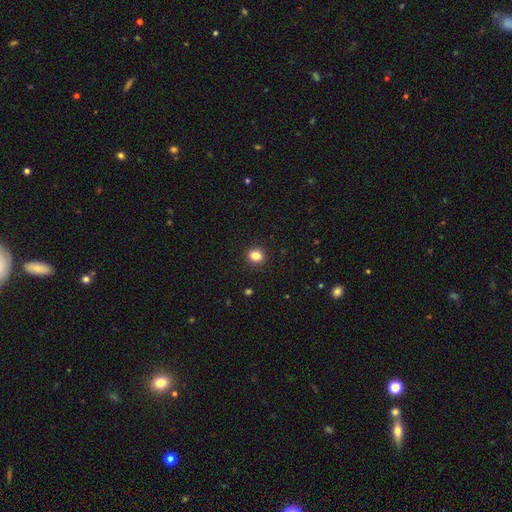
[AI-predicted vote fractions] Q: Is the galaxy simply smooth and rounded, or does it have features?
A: smooth — 84%.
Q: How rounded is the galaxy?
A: round — 72%.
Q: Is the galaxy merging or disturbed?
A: none — 92%.